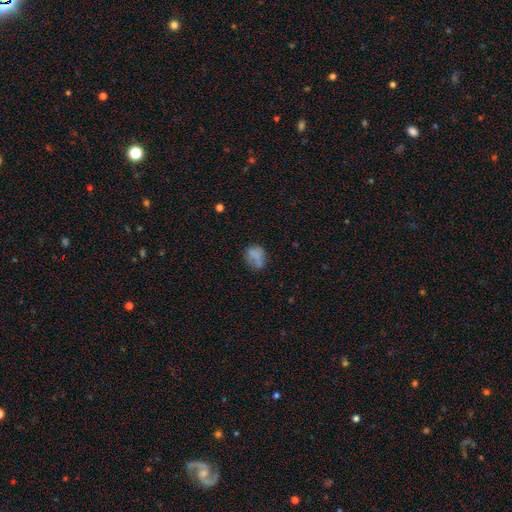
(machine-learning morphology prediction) This appears to be a smooth galaxy with no disk features (68%) that is round (52%). Merging: none (54%).